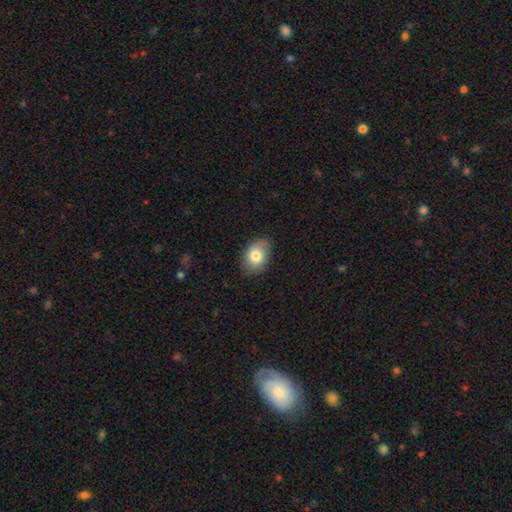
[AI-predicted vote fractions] Smooth or featured? smooth (79%)
How rounded? in between (79%)
Merging? none (79%)